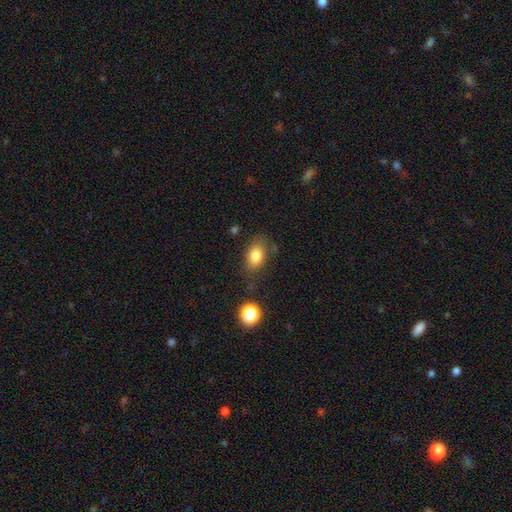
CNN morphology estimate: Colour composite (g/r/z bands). It shows a smooth galaxy with no disk features (80%) that is in between round and cigar-shaped (80%). Merging: none (73%).